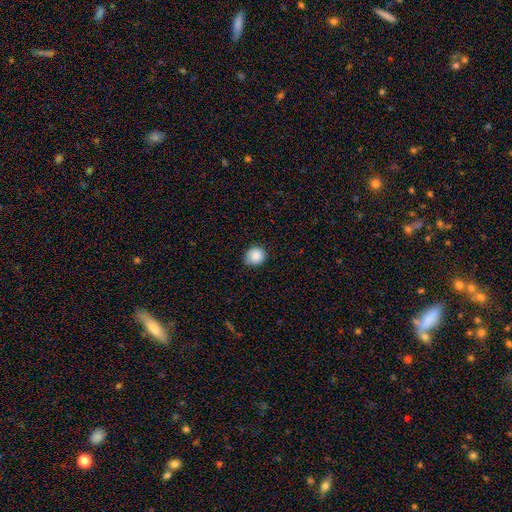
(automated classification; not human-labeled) Q: Smooth or featured?
A: smooth (87%); runner-up: star or artifact (8%)
Q: How rounded?
A: round (78%); runner-up: in between (21%)
Q: Merging?
A: none (78%); runner-up: minor disturbance (18%)